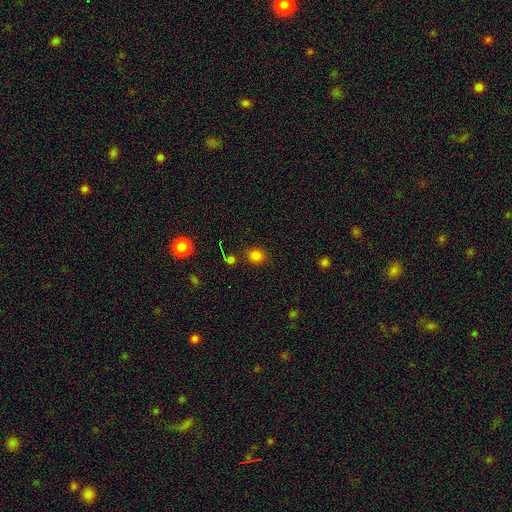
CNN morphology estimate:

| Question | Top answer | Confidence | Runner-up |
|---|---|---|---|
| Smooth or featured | smooth | 79% | star or artifact (16%) |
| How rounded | round | 79% | in between (20%) |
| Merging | none | 84% | minor disturbance (9%) |